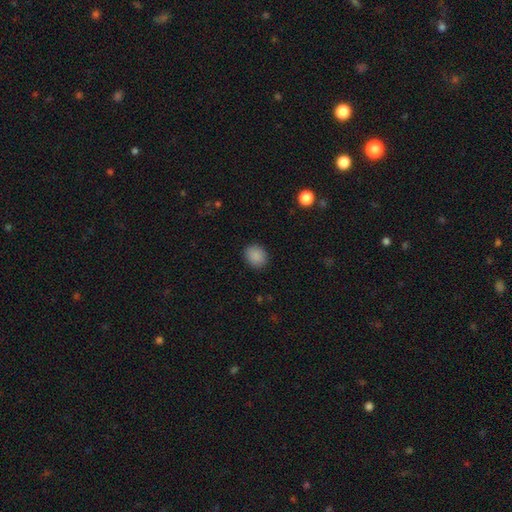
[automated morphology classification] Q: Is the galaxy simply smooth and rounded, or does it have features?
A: smooth — 88%.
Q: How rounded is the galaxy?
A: round — 62%.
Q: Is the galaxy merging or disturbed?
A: none — 89%.